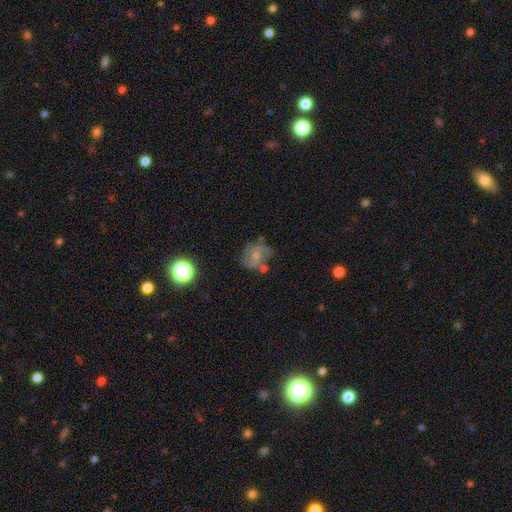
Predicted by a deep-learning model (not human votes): featured or disk 64%, smooth 26%, star or artifact 11%. Down the decision tree: edge-on disk — no (97%); bar — no (63%); spiral arms — yes (84%); spiral arm count — 2 (68%); spiral winding — medium (49%); bulge size — moderate (51%); merging — none (59%).